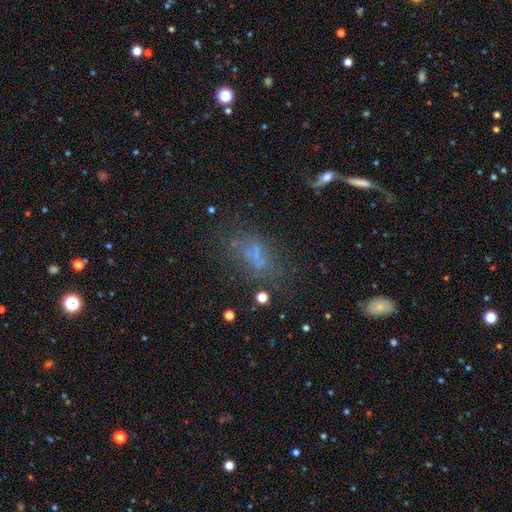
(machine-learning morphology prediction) Smooth or featured: smooth — 46% (featured or disk — 31%)
Merging: none — 47% (major disturbance — 24%)